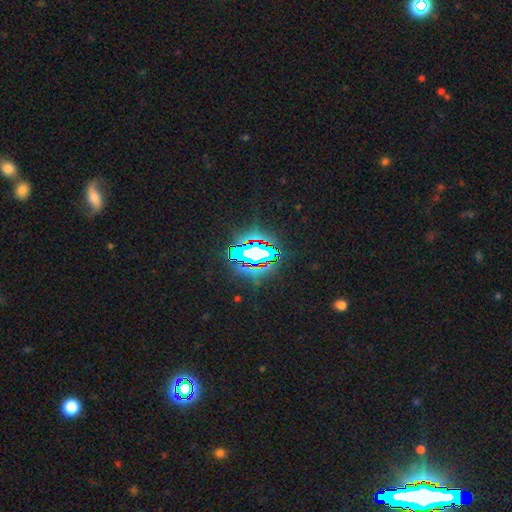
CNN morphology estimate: This appears to be a star or artifact, not a galaxy (71%).